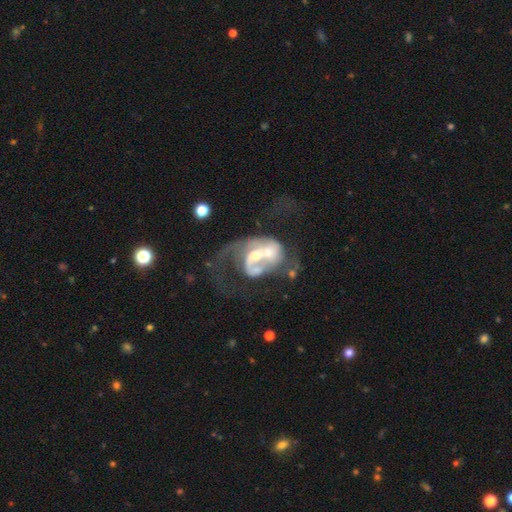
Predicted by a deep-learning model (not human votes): A featured or disk galaxy (79%) with no bar (58%), 2 (52%) loose (44%) spiral arms (76%) and a moderate central bulge (57%). Merging: merger (63%).